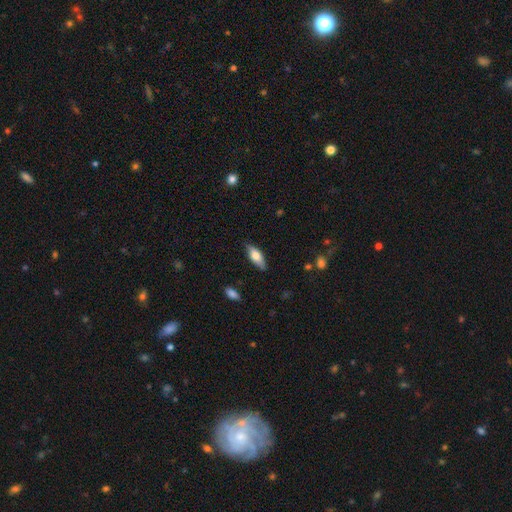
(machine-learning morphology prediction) type=smooth (64%); roundness=in between (72%); merging=none (80%).